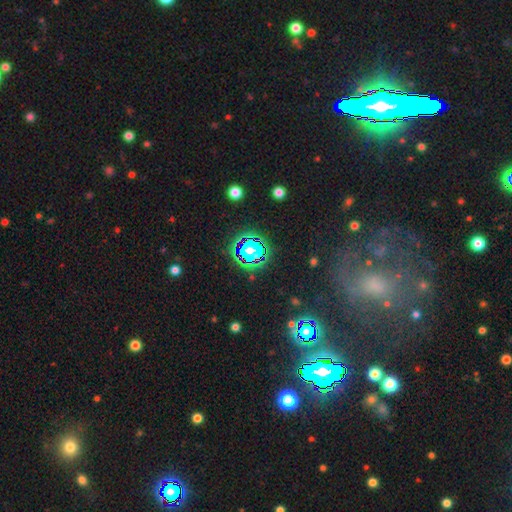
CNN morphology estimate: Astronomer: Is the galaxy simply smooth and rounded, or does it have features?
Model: star or artifact — 68%.